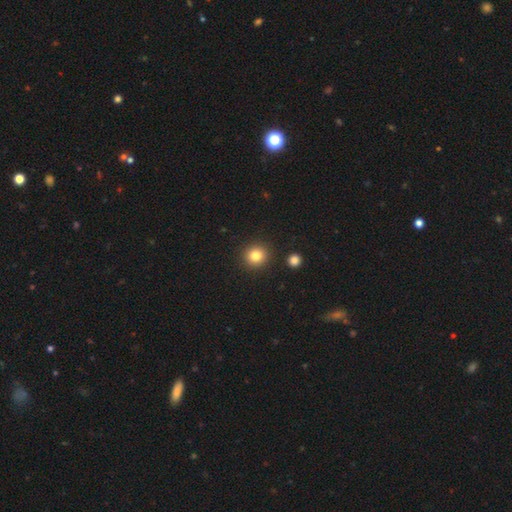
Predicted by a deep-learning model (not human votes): Q: Smooth or featured?
A: smooth (82%); runner-up: star or artifact (11%)
Q: How rounded?
A: round (92%); runner-up: in between (7%)
Q: Merging?
A: none (91%); runner-up: minor disturbance (5%)